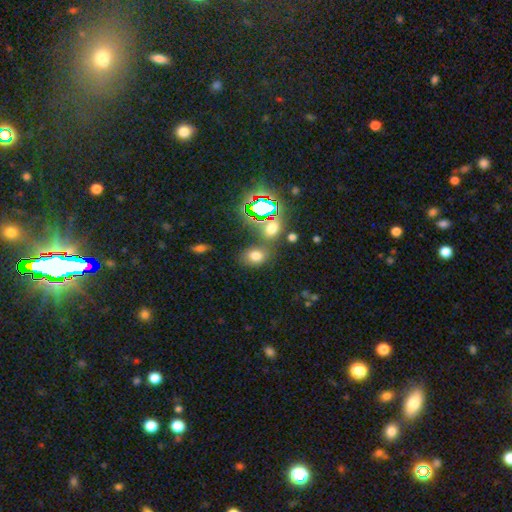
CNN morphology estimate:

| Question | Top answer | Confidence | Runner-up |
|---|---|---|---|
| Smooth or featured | smooth | 65% | star or artifact (25%) |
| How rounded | in between | 68% | round (30%) |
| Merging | none | 64% | merger (17%) |